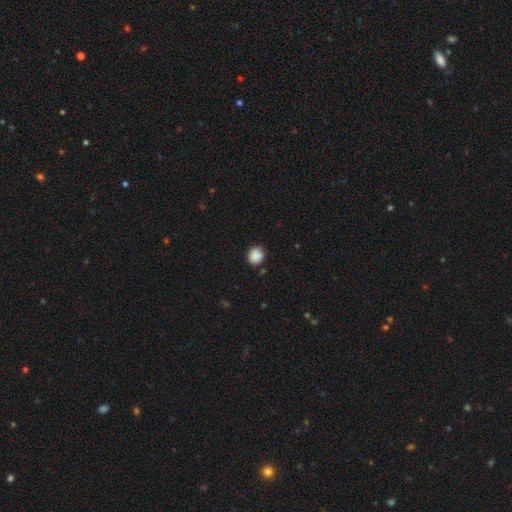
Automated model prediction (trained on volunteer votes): smooth 87%, star or artifact 9%, featured or disk 4%. Down the decision tree: how rounded — round (76%); merging — none (79%).